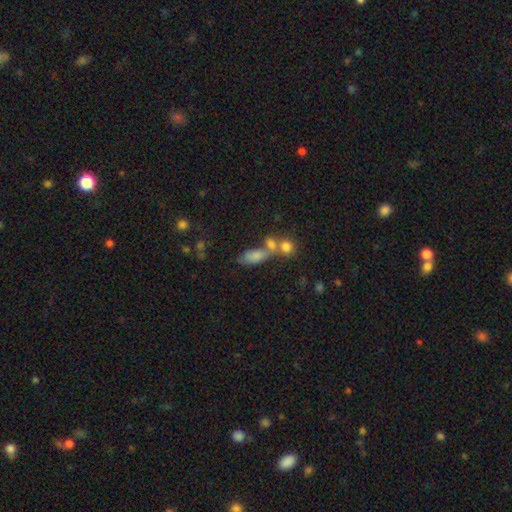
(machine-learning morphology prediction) type=smooth (74%); roundness=in between (71%); merging=merger (40%).